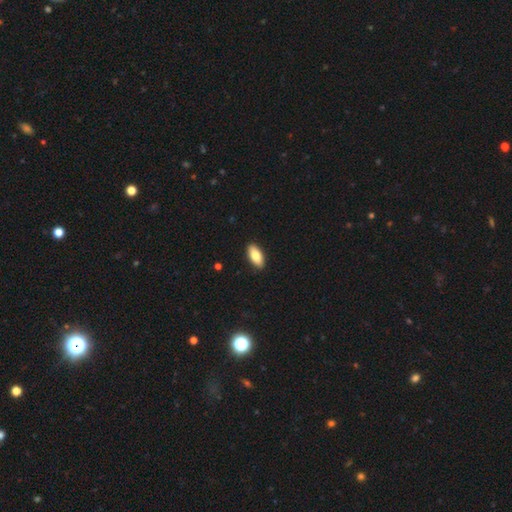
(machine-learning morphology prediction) This appears to be a smooth galaxy with no disk features (82%) that is in between round and cigar-shaped (88%). Merging: none (90%).